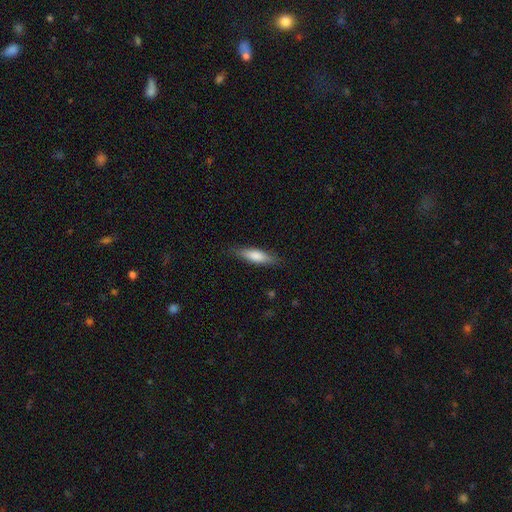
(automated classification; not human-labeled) Smooth or featured? Predicted: smooth (p=0.74). How rounded? Predicted: cigar-shaped (p=0.63). Merging? Predicted: none (p=0.84).